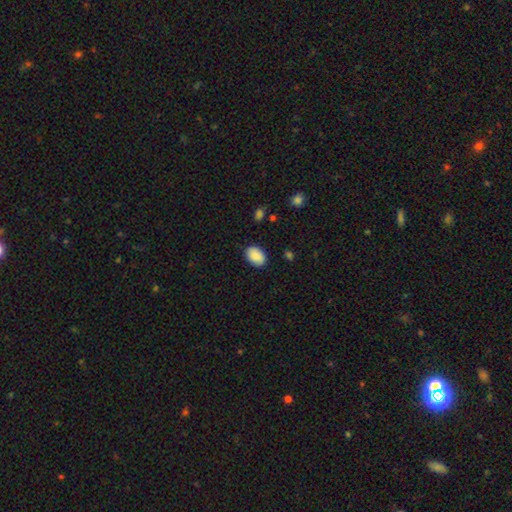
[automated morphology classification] type=smooth (90%); roundness=in between (83%); merging=none (87%).